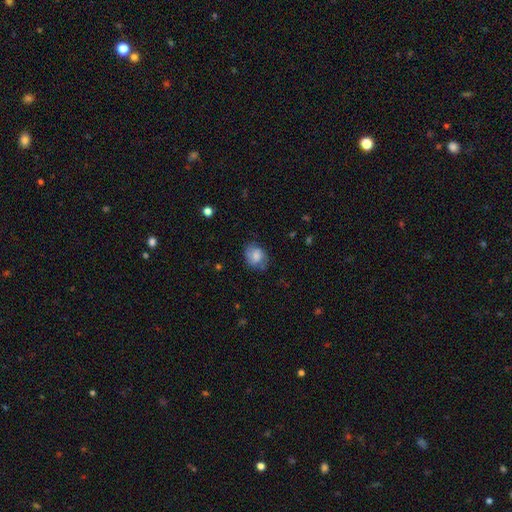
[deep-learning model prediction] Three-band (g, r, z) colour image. It shows a smooth galaxy with no disk features (62%) that is round (52%). Merging: none (65%).